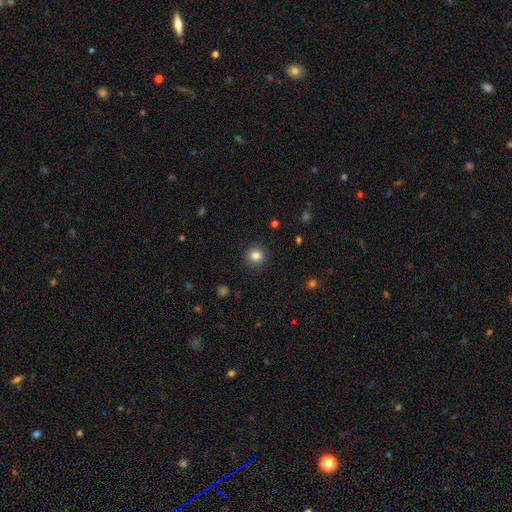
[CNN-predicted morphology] Smooth or featured: smooth — 84% (star or artifact — 11%)
How rounded: round — 83% (in between — 17%)
Merging: none — 89% (minor disturbance — 7%)